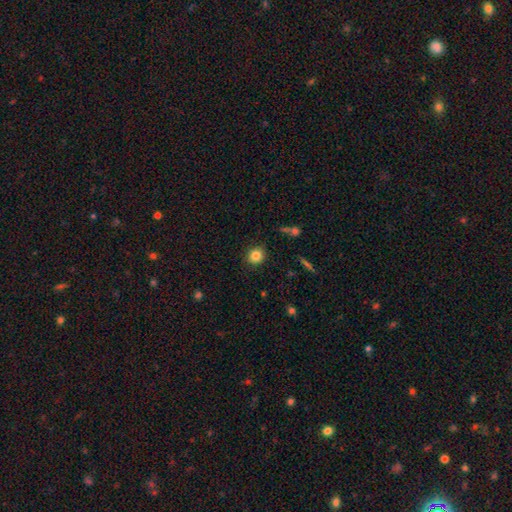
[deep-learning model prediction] Smooth or featured? smooth (84%)
How rounded? round (85%)
Merging? none (88%)